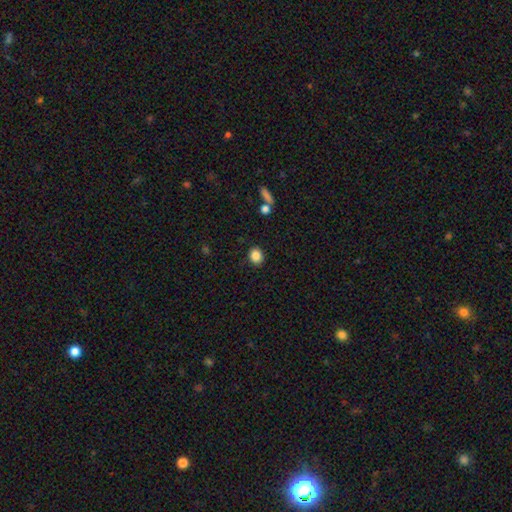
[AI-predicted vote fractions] This appears to be a smooth galaxy with no disk features (86%) that is round (62%). Merging: none (87%).